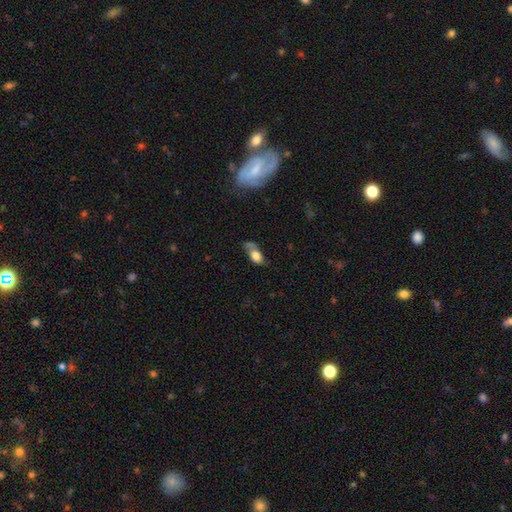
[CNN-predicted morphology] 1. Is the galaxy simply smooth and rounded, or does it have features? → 69% smooth, 23% featured or disk, 8% star or artifact.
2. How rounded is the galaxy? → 83% in between, 8% round, 8% cigar-shaped.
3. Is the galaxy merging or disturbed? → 39% none, 32% minor disturbance, 20% major disturbance, 8% merger.